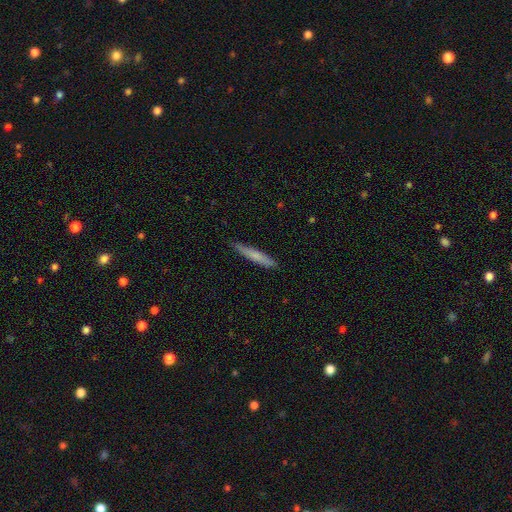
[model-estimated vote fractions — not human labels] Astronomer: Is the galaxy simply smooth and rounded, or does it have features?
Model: smooth — 69%.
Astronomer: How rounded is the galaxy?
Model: cigar-shaped — 94%.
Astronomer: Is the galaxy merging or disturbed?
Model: none — 87%.